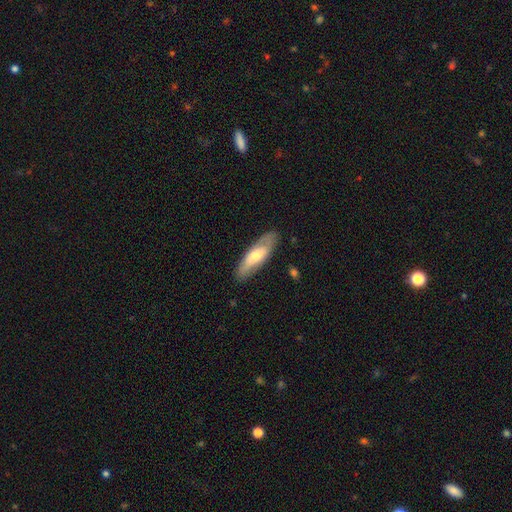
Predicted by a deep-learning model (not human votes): Smooth or featured? smooth (51%)
How rounded? in between (51%)
Merging? none (83%)